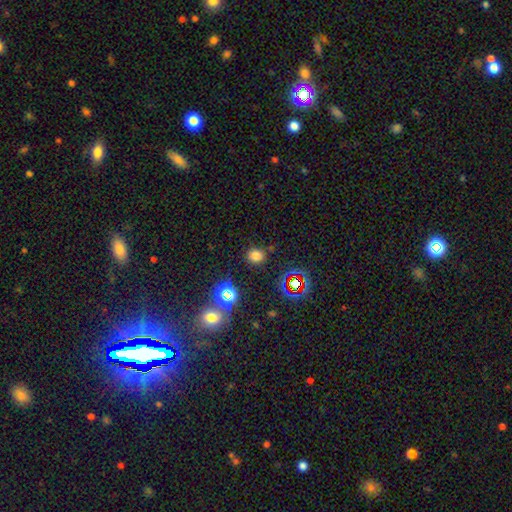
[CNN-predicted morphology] Q: Smooth or featured?
A: smooth (73%); runner-up: star or artifact (21%)
Q: How rounded?
A: round (75%); runner-up: in between (24%)
Q: Merging?
A: none (84%); runner-up: minor disturbance (9%)